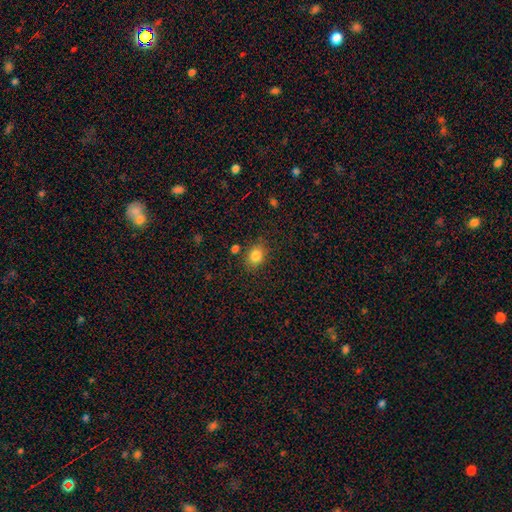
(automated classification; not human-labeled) Smooth or featured? smooth (83%)
How rounded? round (50%)
Merging? none (80%)